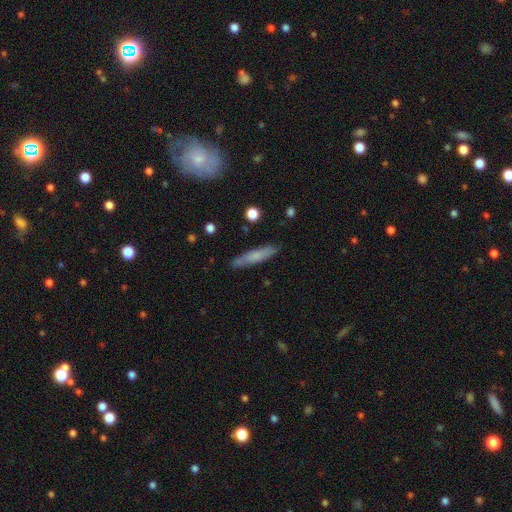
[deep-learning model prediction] smooth 66%, featured or disk 27%, star or artifact 7%. Down the decision tree: how rounded — cigar-shaped (88%); merging — none (86%).